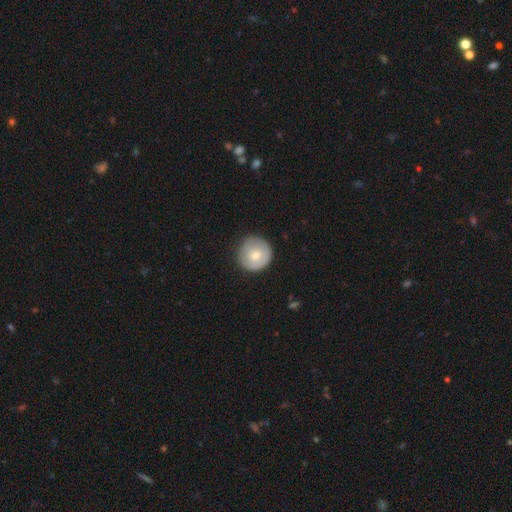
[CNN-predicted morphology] Smooth or featured?
  - smooth: 64% *
  - featured or disk: 30%
  - star or artifact: 6%
How rounded?
  - round: 94% *
  - in between: 5%
  - cigar-shaped: 1%
Merging?
  - none: 81% *
  - minor disturbance: 14%
  - major disturbance: 3%
  - merger: 1%